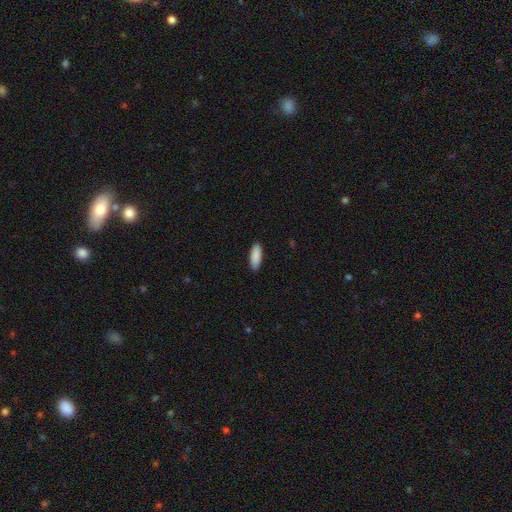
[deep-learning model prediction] A smooth galaxy with no disk features (90%) that is in between round and cigar-shaped (68%).

Vote fractions:
- Smooth or featured? smooth: 90% / star or artifact: 6% / featured or disk: 4%
- How rounded? in between: 68% / cigar-shaped: 31% / round: 2%
- Merging? none: 90% / minor disturbance: 7% / major disturbance: 2% / merger: 1%